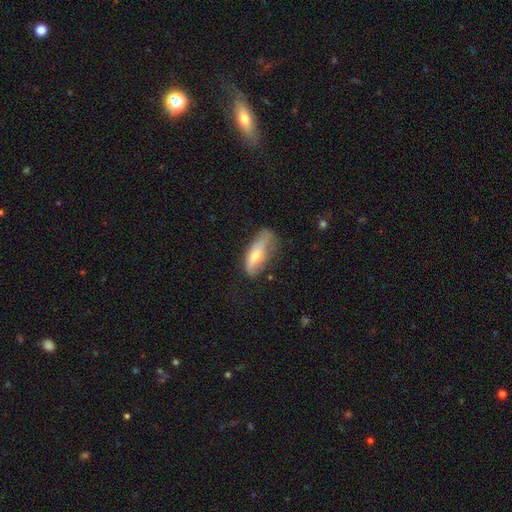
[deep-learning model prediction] Morphology: type=smooth (55%); roundness=in between (64%); merging=none (42%).